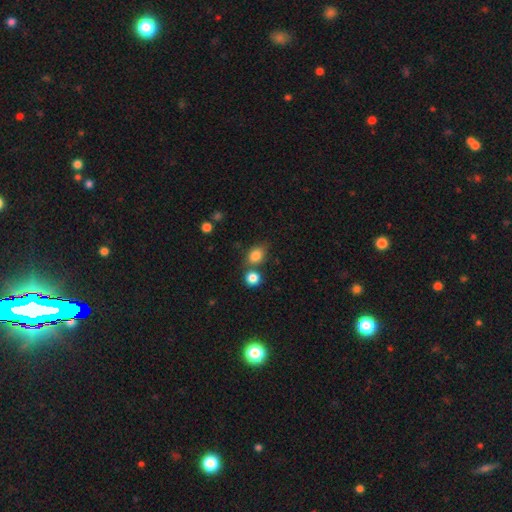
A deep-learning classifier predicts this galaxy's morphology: smooth-or-featured: smooth: 83% | star or artifact: 11% | featured or disk: 7%
  how-rounded: in between: 57% | round: 42% | cigar-shaped: 1%
  merging: none: 62% | merger: 21% | minor disturbance: 13% | major disturbance: 4%